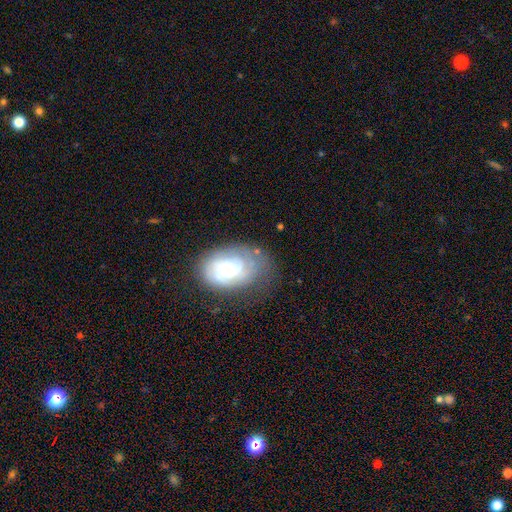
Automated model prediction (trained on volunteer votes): Q: Smooth or featured?
A: smooth (47%); runner-up: featured or disk (42%)
Q: Merging?
A: none (54%); runner-up: minor disturbance (29%)